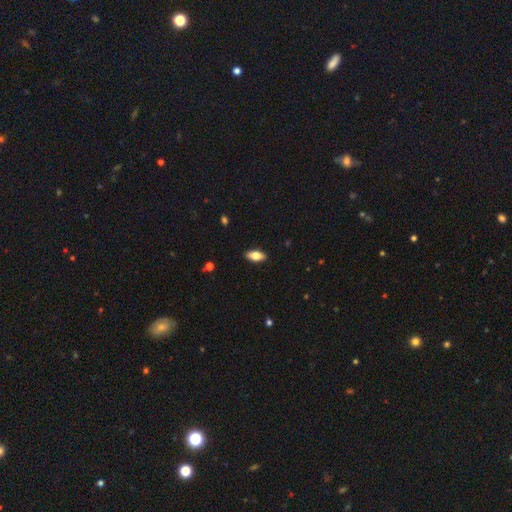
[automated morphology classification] Smooth or featured? Predicted: smooth (p=0.72). How rounded? Predicted: in between (p=0.86). Merging? Predicted: none (p=0.89).